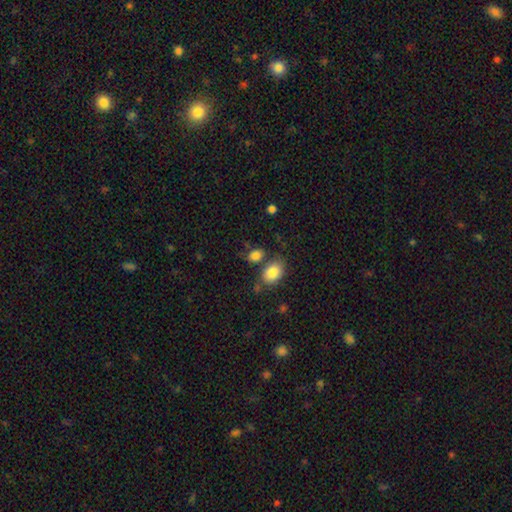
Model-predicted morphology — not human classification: smooth 84%, star or artifact 9%, featured or disk 7%. Down the decision tree: how rounded — in between (75%); merging — none (60%).